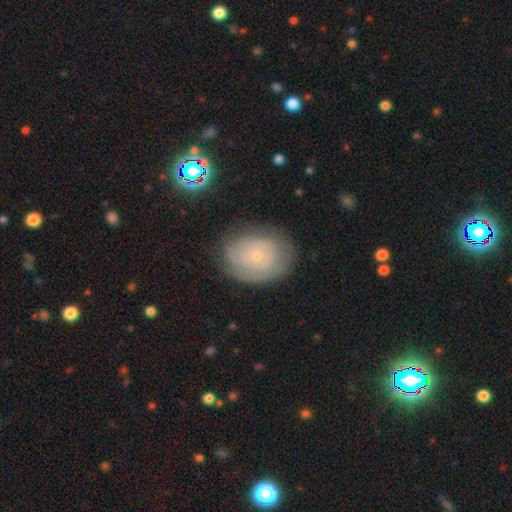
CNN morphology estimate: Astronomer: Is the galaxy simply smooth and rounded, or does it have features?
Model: featured or disk — 60%.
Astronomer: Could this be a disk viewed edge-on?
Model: no — 96%.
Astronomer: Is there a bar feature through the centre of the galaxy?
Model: no — 85%.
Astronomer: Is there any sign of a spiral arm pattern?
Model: yes — 74%.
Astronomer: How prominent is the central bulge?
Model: small — 83%.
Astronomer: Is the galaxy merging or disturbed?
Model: none — 75%.